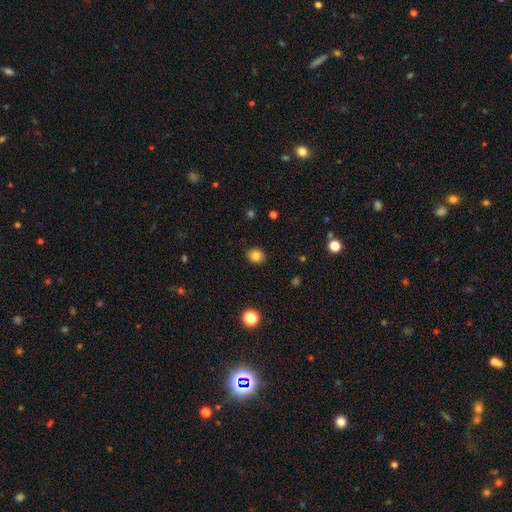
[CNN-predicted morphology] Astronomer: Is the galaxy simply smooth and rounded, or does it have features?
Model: smooth — 83%.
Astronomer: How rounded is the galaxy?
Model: round — 67%.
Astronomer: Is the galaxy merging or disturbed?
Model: none — 90%.